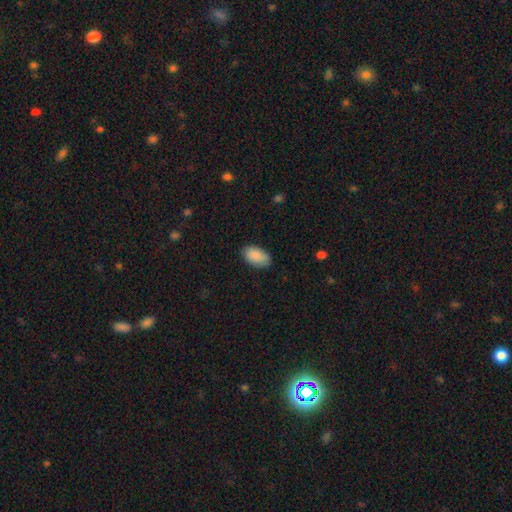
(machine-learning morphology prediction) Smooth or featured: smooth — 90% (star or artifact — 6%)
How rounded: in between — 94% (round — 4%)
Merging: none — 83% (minor disturbance — 14%)